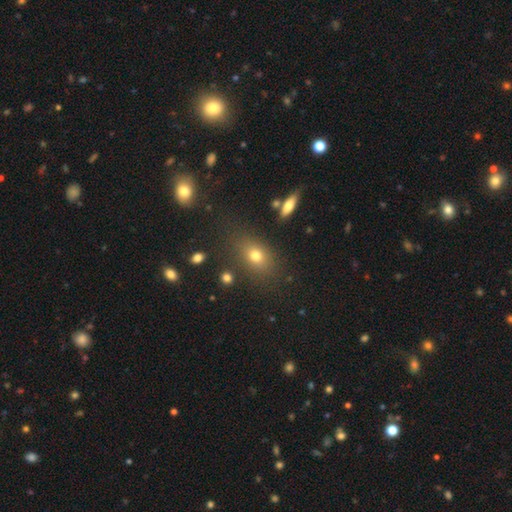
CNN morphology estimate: Smooth or featured? smooth (71%)
How rounded? in between (69%)
Merging? none (78%)